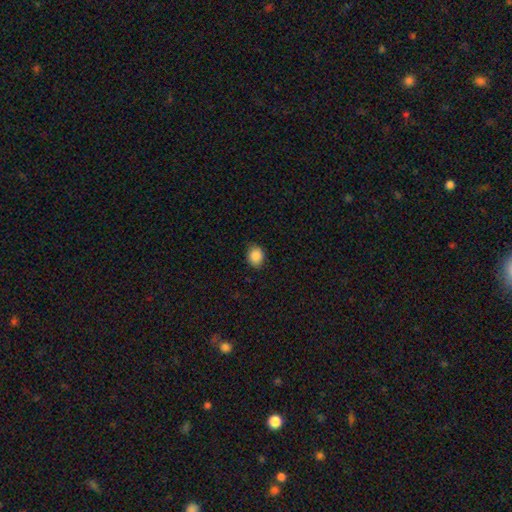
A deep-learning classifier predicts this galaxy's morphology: type=smooth (88%); roundness=round (55%); merging=none (85%).